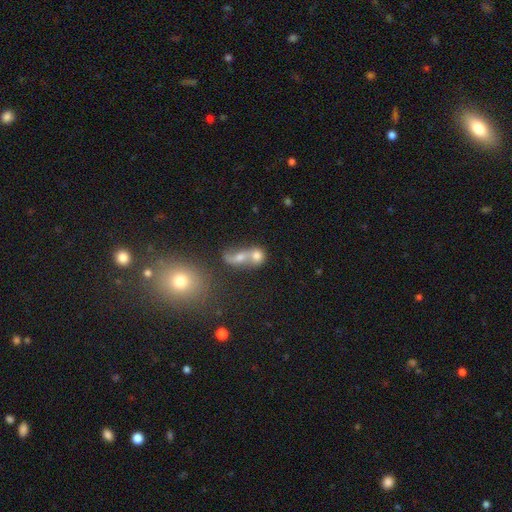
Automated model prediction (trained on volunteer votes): Morphology: type=smooth (63%); roundness=round (58%); merging=merger (70%).